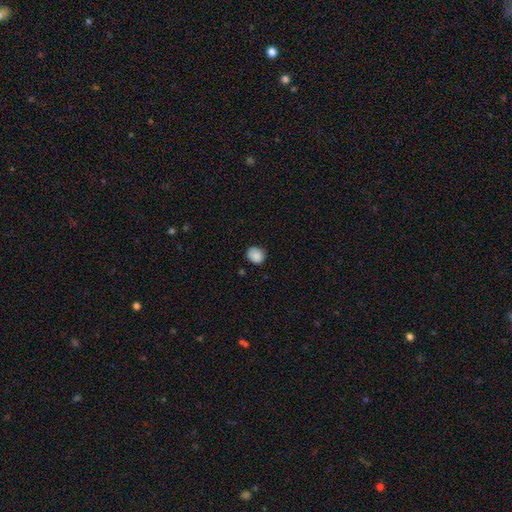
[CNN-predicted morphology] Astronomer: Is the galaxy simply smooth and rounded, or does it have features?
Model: smooth — 87%.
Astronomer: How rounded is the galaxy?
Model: round — 72%.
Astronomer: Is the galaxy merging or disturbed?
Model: none — 79%.